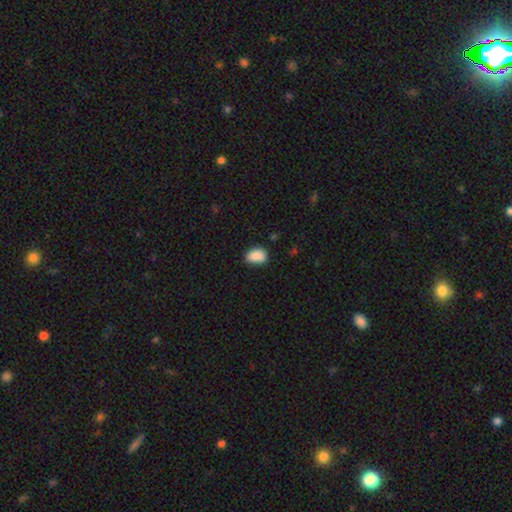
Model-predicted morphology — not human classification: Smooth or featured: smooth — 88% (star or artifact — 8%)
How rounded: in between — 83% (round — 15%)
Merging: none — 76% (minor disturbance — 19%)